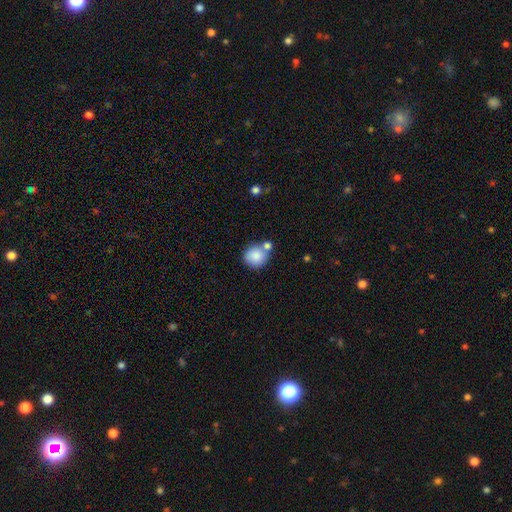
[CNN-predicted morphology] Overall: smooth (85%). How rounded: round (85%). Merging: none (56%; merger 27%).